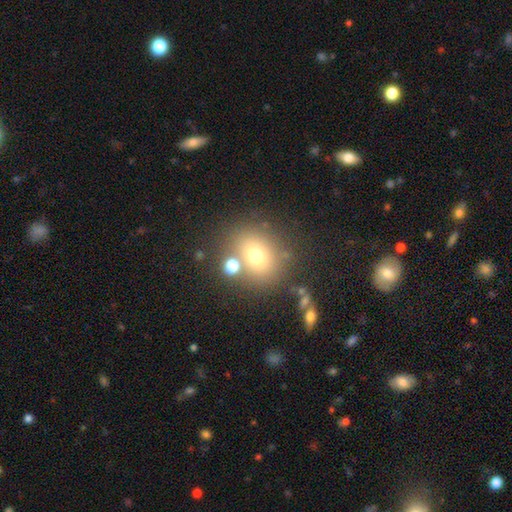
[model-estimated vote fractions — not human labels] A smooth galaxy with no disk features (70%) that is round (63%). Merging: none (68%).